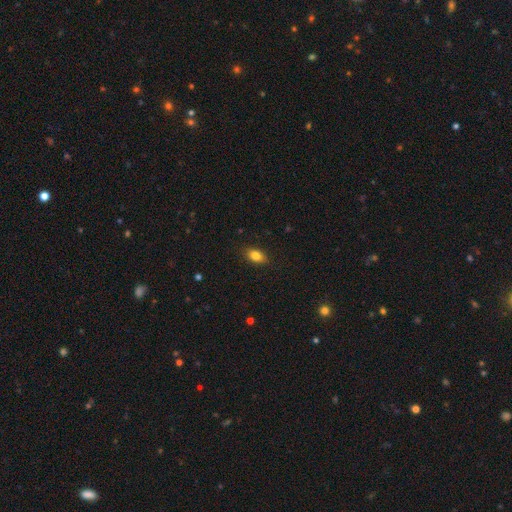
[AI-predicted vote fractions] Q: Smooth or featured?
A: smooth (82%); runner-up: star or artifact (9%)
Q: How rounded?
A: in between (84%); runner-up: round (12%)
Q: Merging?
A: none (86%); runner-up: minor disturbance (10%)